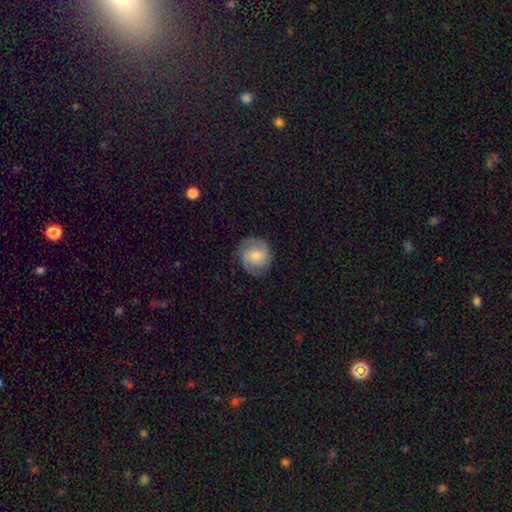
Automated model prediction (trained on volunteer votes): Smooth or featured? featured or disk (70%)
Edge-on disk? no (98%)
Bar? no (57%)
Spiral arms? yes (93%)
Spiral winding? tight (48%)
Spiral arm count? 2 (64%)
Bulge size? moderate (48%)
Merging? none (82%)